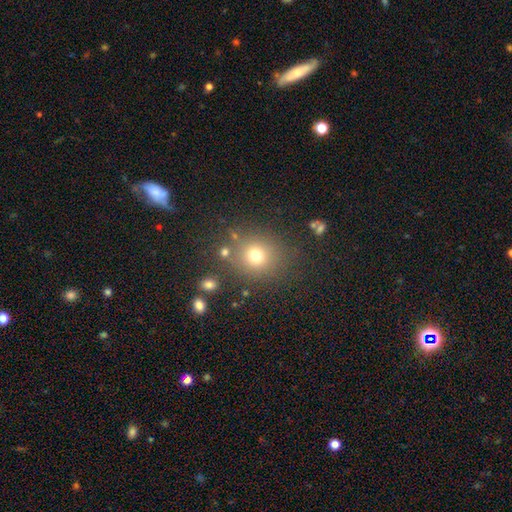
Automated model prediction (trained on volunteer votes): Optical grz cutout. It shows a smooth galaxy with no disk features (72%) that is round (83%). Merging: none (78%).